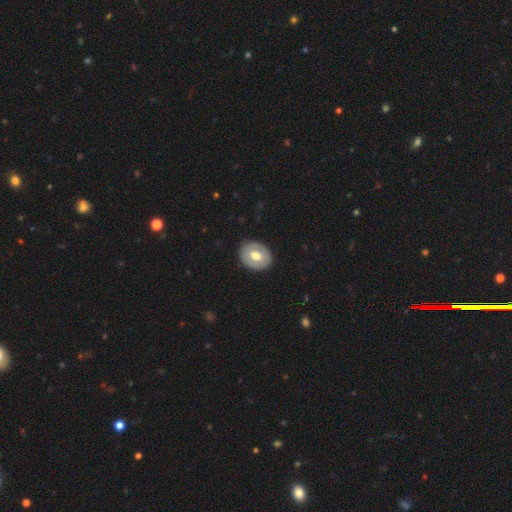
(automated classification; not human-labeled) Smooth or featured: smooth — 57% (featured or disk — 37%)
How rounded: round — 59% (in between — 40%)
Merging: none — 87% (minor disturbance — 9%)